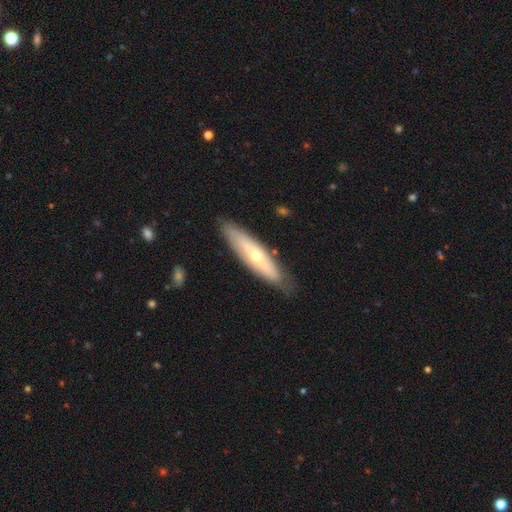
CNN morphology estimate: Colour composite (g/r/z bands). It shows a featured or disk galaxy (50%). Merging: none (81%).